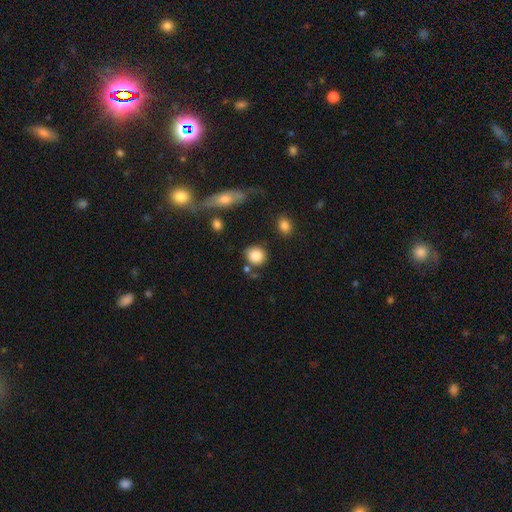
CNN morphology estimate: This appears to be a smooth galaxy with no disk features (85%) that is round (84%). Merging: none (75%).